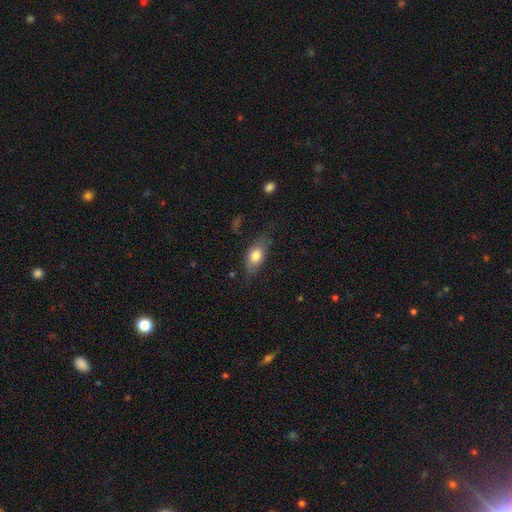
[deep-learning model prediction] Overall: smooth (74%). How rounded: in between (82%). Merging: none (68%).